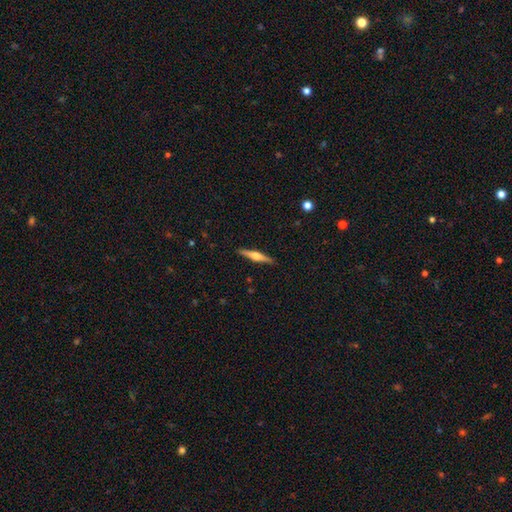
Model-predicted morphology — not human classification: featured or disk 66%, smooth 28%, star or artifact 6%. Down the decision tree: edge-on disk — yes (98%); edge-on bulge — rounded (85%); merging — none (91%).